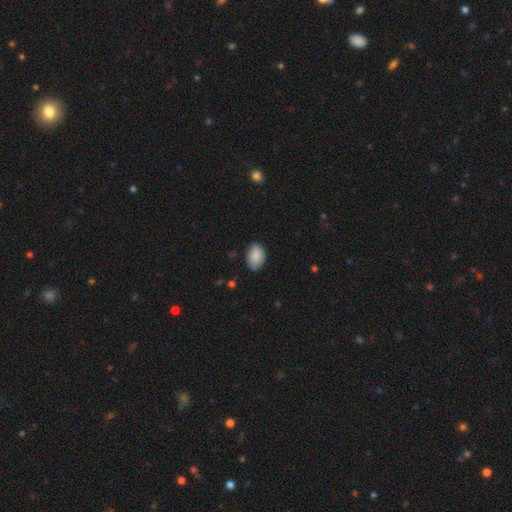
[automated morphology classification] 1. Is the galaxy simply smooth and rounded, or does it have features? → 88% smooth, 7% star or artifact, 5% featured or disk.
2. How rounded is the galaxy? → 87% in between, 12% round, 1% cigar-shaped.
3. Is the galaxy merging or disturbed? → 81% none, 15% minor disturbance, 3% major disturbance, 1% merger.